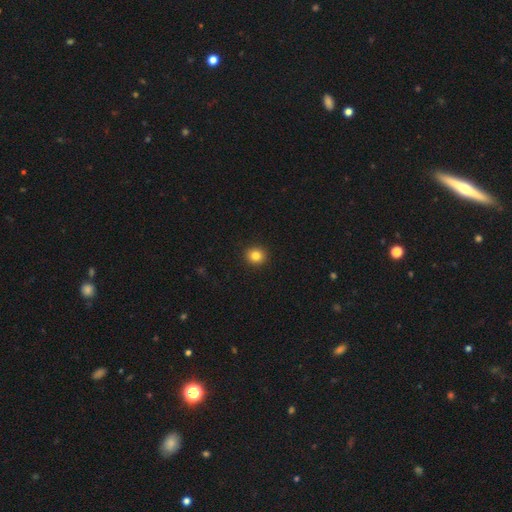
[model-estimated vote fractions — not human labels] Smooth or featured? smooth (84%)
How rounded? round (88%)
Merging? none (93%)